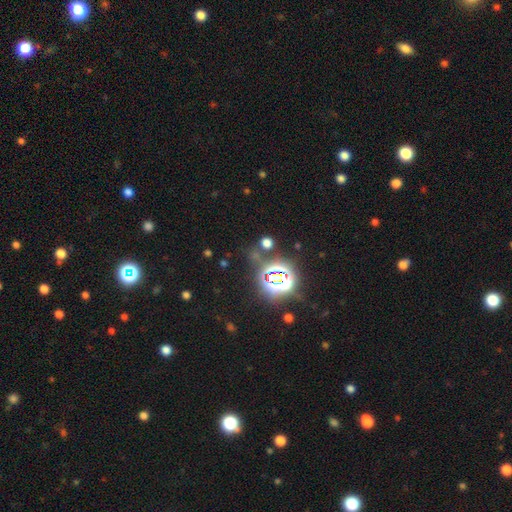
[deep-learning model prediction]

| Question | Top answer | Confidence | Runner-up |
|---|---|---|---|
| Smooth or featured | star or artifact | 74% | smooth (18%) |